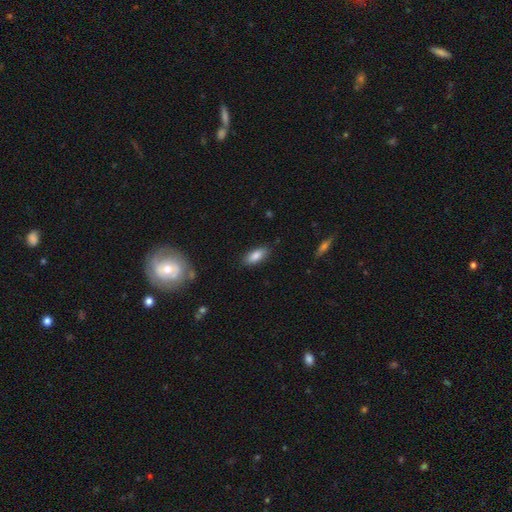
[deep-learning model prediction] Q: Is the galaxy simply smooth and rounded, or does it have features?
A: smooth — 83%.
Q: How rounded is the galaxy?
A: in between — 81%.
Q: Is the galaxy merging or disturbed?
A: none — 83%.